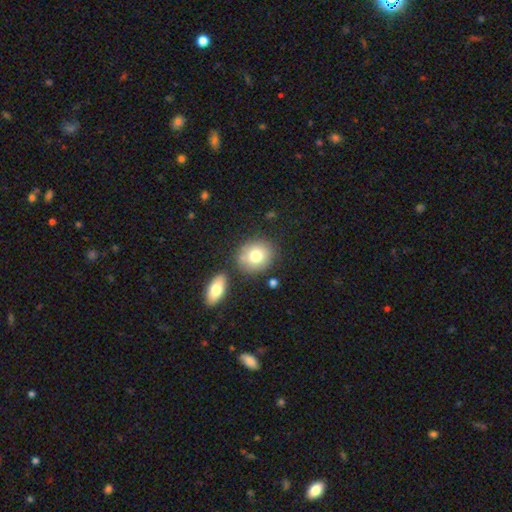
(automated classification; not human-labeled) A smooth galaxy with no disk features (77%) that is round (74%).

Vote fractions:
- Smooth or featured? smooth: 77% / featured or disk: 14% / star or artifact: 10%
- How rounded? round: 74% / in between: 25% / cigar-shaped: 1%
- Merging? none: 73% / merger: 13% / minor disturbance: 11% / major disturbance: 3%